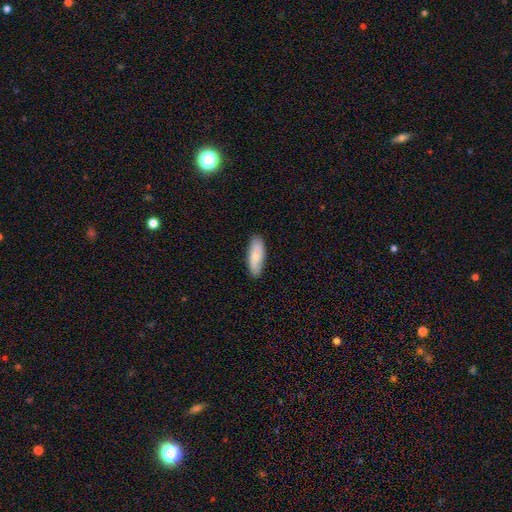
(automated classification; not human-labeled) smooth-or-featured: smooth: 84% | featured or disk: 11% | star or artifact: 5%
  how-rounded: in between: 61% | cigar-shaped: 38% | round: 2%
  merging: none: 87% | minor disturbance: 10% | major disturbance: 2% | merger: 1%